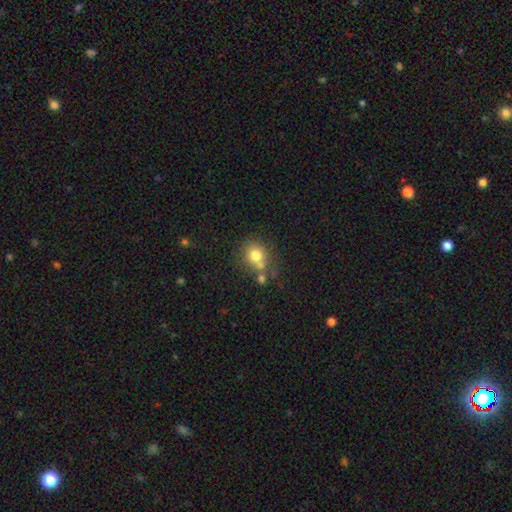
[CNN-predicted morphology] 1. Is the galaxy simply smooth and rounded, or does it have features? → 76% smooth, 12% featured or disk, 12% star or artifact.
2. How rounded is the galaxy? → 82% round, 17% in between, 1% cigar-shaped.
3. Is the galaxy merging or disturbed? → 56% none, 27% merger, 12% minor disturbance, 5% major disturbance.